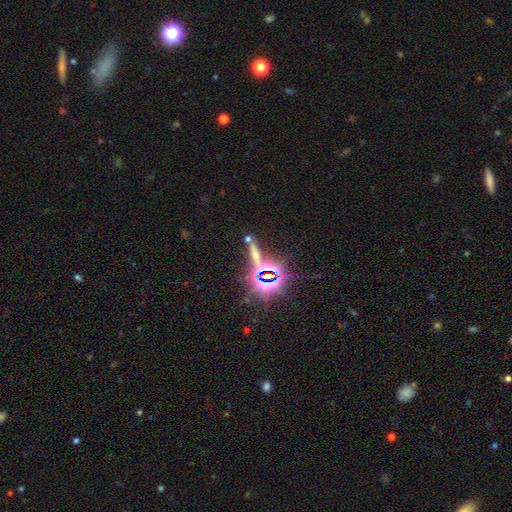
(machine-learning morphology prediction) Smooth or featured? Predicted: star or artifact (p=0.48).